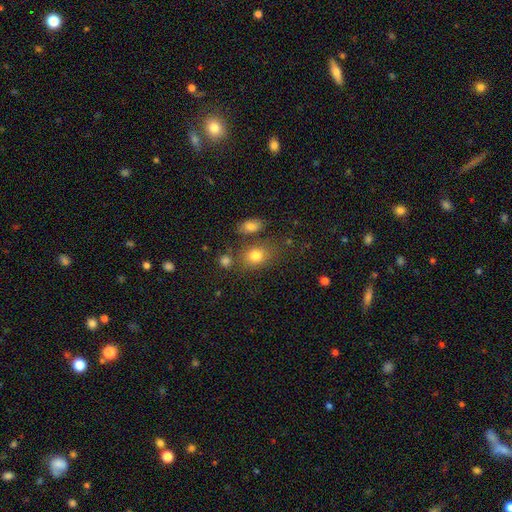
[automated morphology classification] Smooth or featured? smooth (79%)
How rounded? in between (55%)
Merging? none (65%)